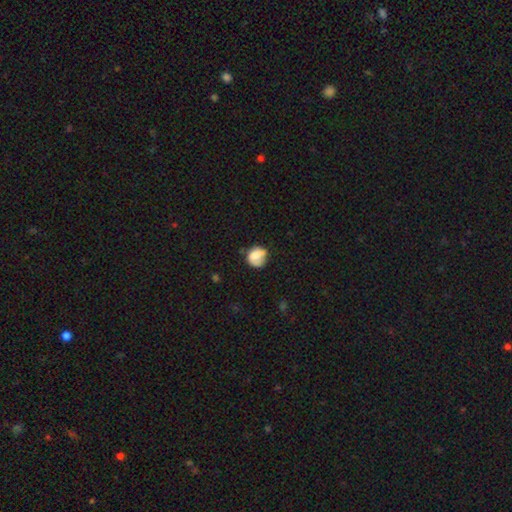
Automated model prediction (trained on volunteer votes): Morphology: type=smooth (69%); roundness=round (75%); merging=none (48%).